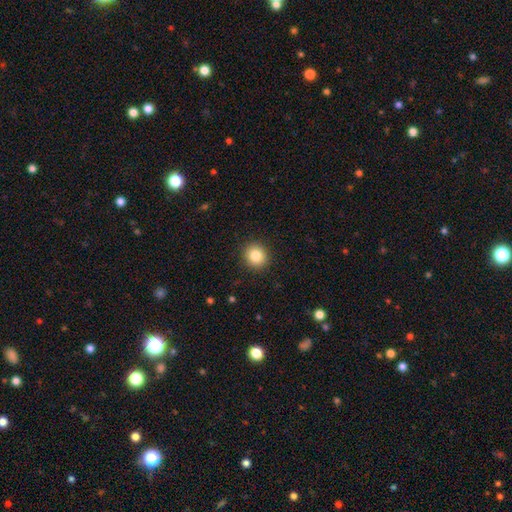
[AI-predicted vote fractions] Morphology: type=smooth (84%); roundness=round (86%); merging=none (91%).